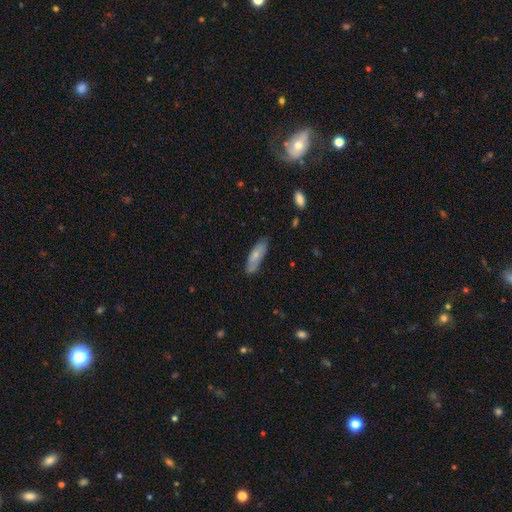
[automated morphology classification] Smooth or featured? Predicted: smooth (p=0.71). How rounded? Predicted: in between (p=0.50). Merging? Predicted: none (p=0.74).